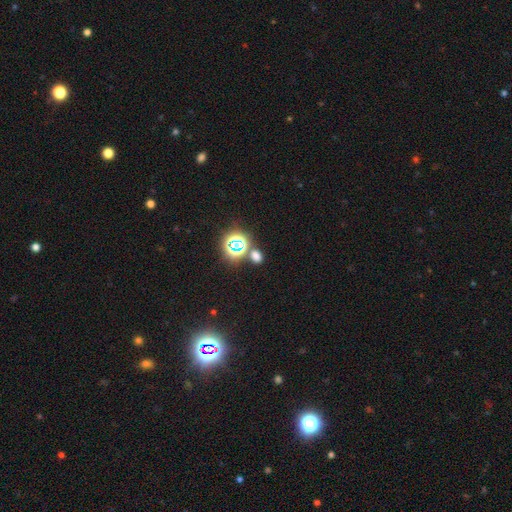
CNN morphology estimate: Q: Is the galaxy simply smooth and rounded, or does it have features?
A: smooth — 56%.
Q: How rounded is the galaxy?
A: round — 50%.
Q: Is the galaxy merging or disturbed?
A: none — 72%.